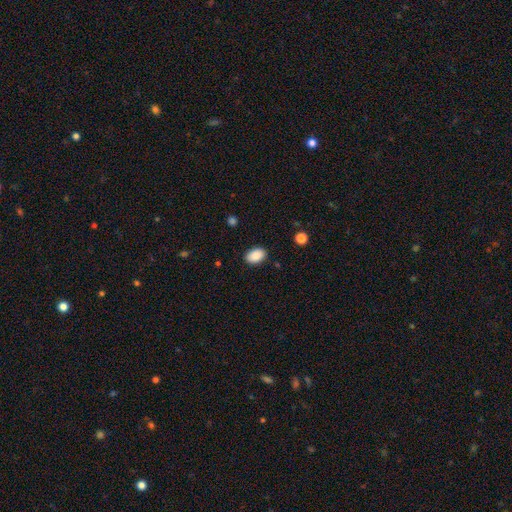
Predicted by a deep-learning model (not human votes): This appears to be a smooth galaxy with no disk features (89%) that is in between round and cigar-shaped (89%). Merging: none (87%).